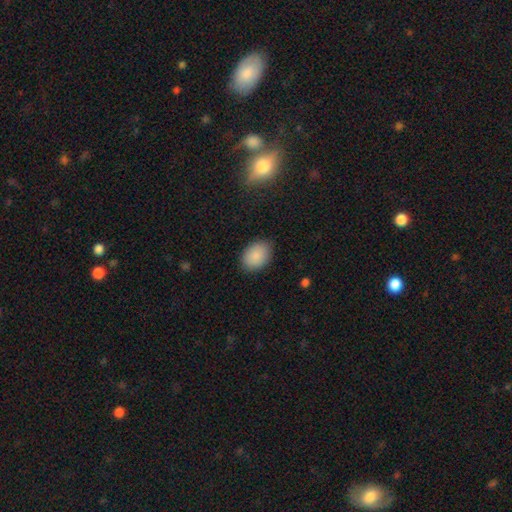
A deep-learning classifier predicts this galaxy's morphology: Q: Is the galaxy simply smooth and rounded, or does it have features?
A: smooth — 89%.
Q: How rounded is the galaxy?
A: in between — 78%.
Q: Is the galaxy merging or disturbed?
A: none — 84%.